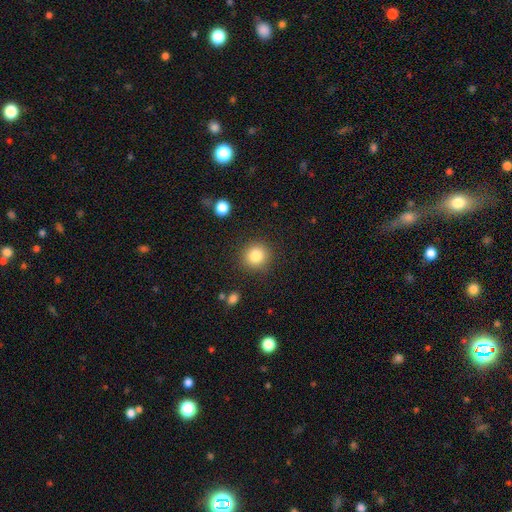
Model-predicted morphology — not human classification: Smooth or featured: smooth — 84% (star or artifact — 10%)
How rounded: round — 90% (in between — 9%)
Merging: none — 88% (minor disturbance — 7%)